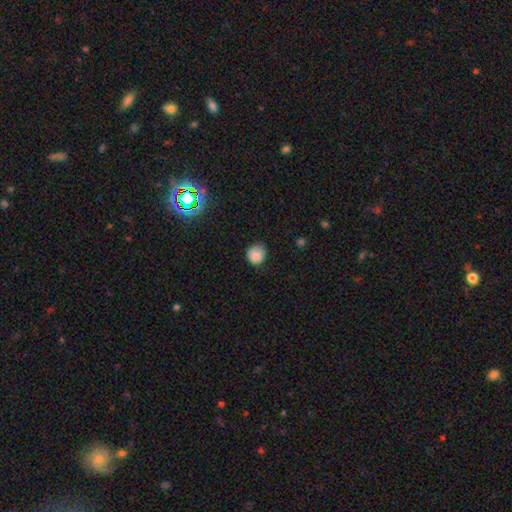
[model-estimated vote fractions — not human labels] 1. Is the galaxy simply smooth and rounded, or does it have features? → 84% smooth, 10% star or artifact, 5% featured or disk.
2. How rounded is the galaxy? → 84% round, 15% in between, 1% cigar-shaped.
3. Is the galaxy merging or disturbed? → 70% none, 24% minor disturbance, 5% major disturbance, 1% merger.